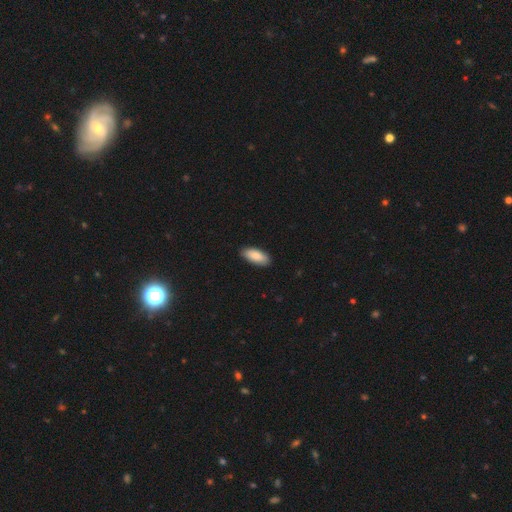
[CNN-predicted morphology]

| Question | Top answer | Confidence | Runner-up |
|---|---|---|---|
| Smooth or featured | smooth | 88% | featured or disk (6%) |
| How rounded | in between | 87% | cigar-shaped (11%) |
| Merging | none | 87% | minor disturbance (10%) |